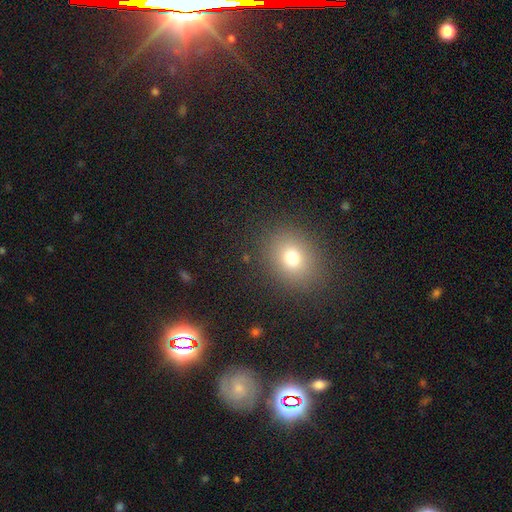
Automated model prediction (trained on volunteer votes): smooth_or_featured: smooth (p=0.54) [alt: star or artifact p=0.36]
how_rounded: round (p=0.67) [alt: in between p=0.31]
merging: none (p=0.89) [alt: minor disturbance p=0.06]